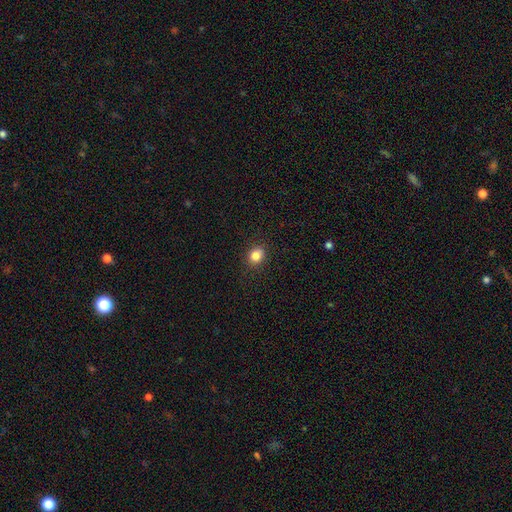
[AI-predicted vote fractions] This appears to be a smooth galaxy with no disk features (83%) that is round (64%). Merging: none (88%).